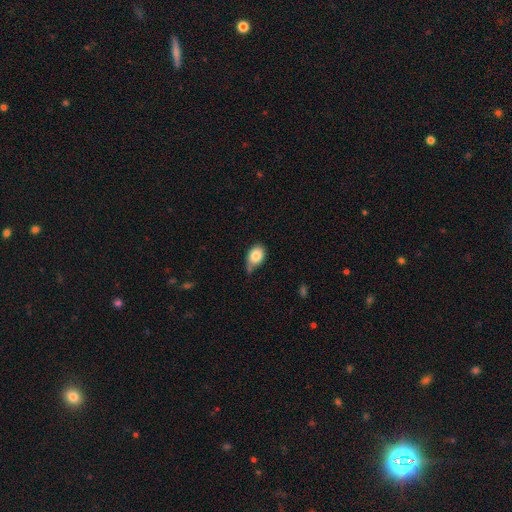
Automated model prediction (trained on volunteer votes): smooth 84%, featured or disk 8%, star or artifact 8%. Down the decision tree: how rounded — in between (74%); merging — none (48%).